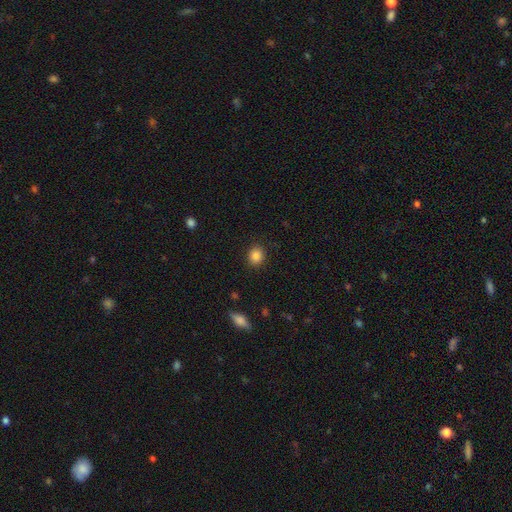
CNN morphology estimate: Overall: smooth (86%). How rounded: round (75%). Merging: none (89%).